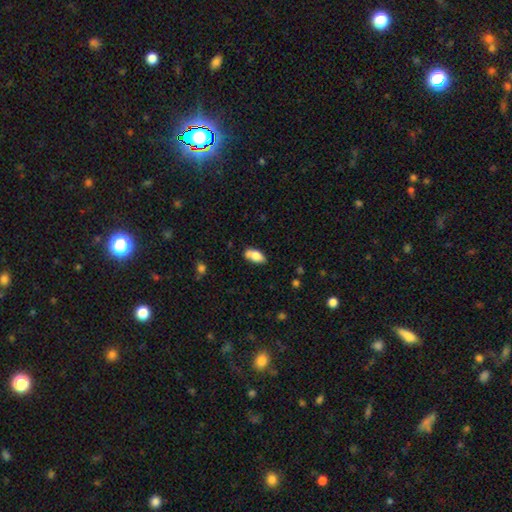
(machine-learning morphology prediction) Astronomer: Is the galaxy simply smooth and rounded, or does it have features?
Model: smooth — 77%.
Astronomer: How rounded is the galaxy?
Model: in between — 91%.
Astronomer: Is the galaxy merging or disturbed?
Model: none — 69%.